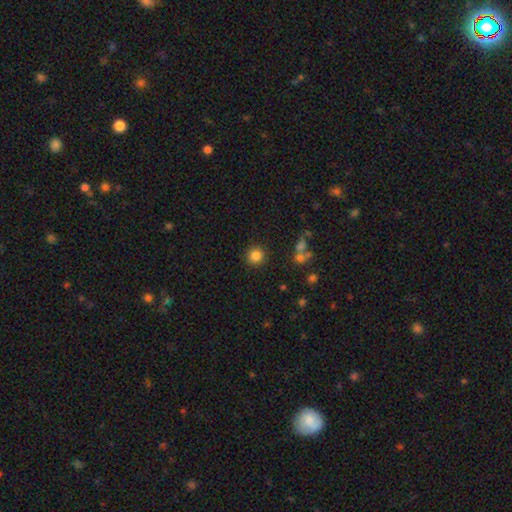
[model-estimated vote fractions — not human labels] Smooth or featured: smooth — 83% (star or artifact — 11%)
How rounded: round — 94% (in between — 5%)
Merging: none — 88% (minor disturbance — 6%)